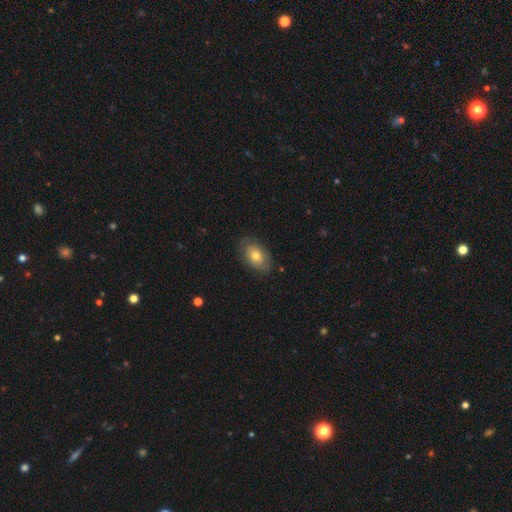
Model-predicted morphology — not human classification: smooth_or_featured: smooth (p=0.67) [alt: featured or disk p=0.26]
how_rounded: in between (p=0.88) [alt: round p=0.11]
merging: none (p=0.79) [alt: minor disturbance p=0.16]